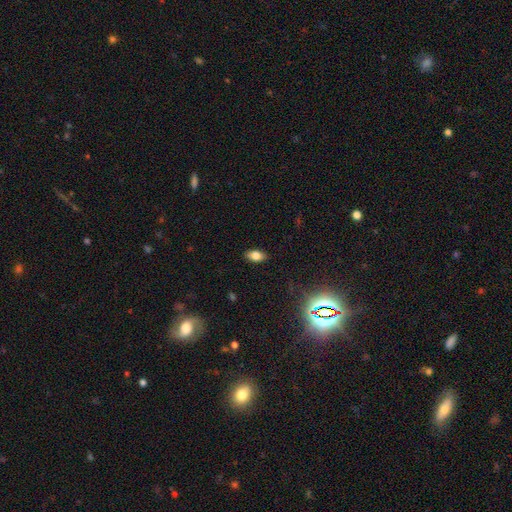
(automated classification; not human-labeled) Smooth or featured?
  - smooth: 77% *
  - featured or disk: 12%
  - star or artifact: 11%
How rounded?
  - in between: 89% *
  - round: 6%
  - cigar-shaped: 6%
Merging?
  - none: 87% *
  - minor disturbance: 9%
  - major disturbance: 2%
  - merger: 1%